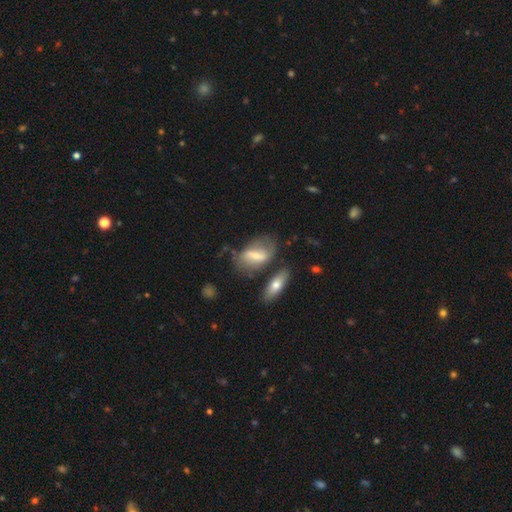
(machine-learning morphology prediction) Smooth or featured? Predicted: featured or disk (p=0.47). Merging? Predicted: none (p=0.50).